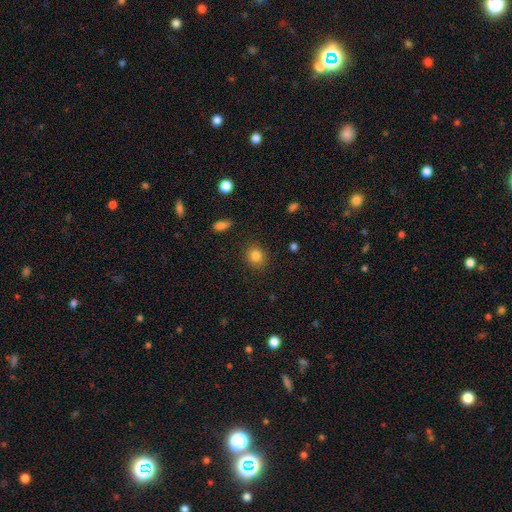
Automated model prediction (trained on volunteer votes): The model was most divided on "how rounded": round: 76%, in between: 23%, cigar-shaped: 1%. More confident: merging — none (88%); smooth or featured — smooth (83%).